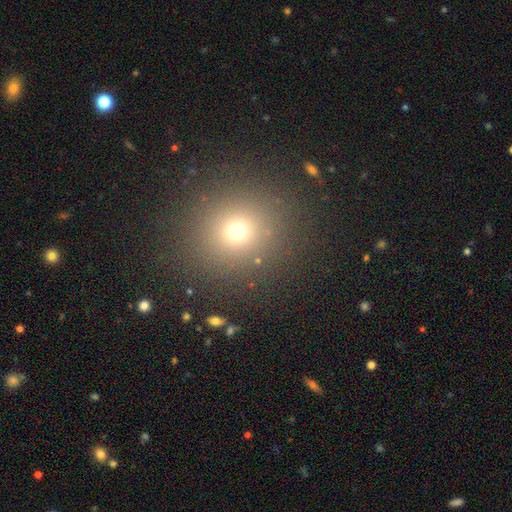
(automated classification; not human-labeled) Smooth or featured: smooth — 65% (star or artifact — 27%)
How rounded: round — 87% (in between — 12%)
Merging: none — 90% (minor disturbance — 6%)